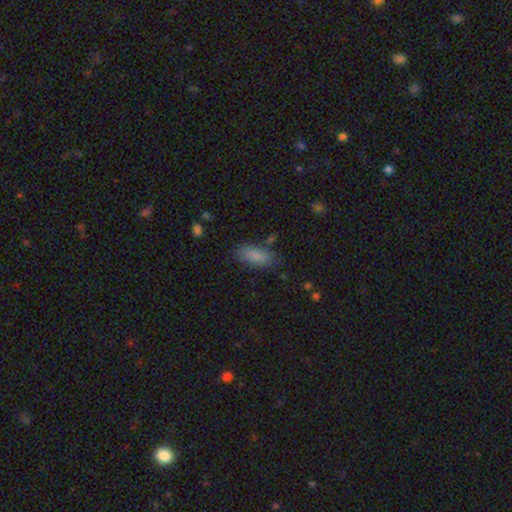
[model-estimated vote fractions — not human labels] This is clearly a smooth galaxy (85%). How rounded: likely in between (74%). Merging: likely none (78%).